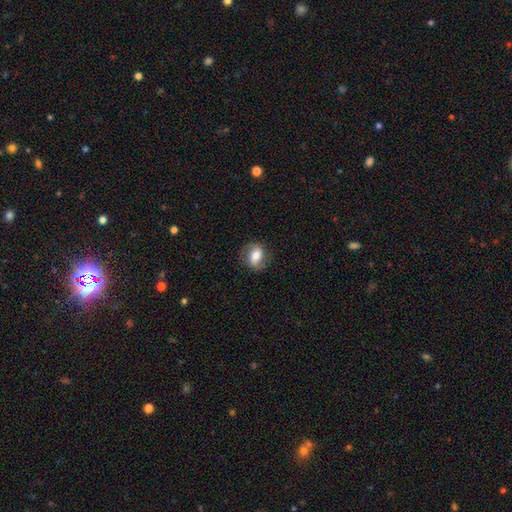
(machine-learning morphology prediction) This appears to be a smooth galaxy with no disk features (52%) that is in between round and cigar-shaped (51%). Merging: none (80%).